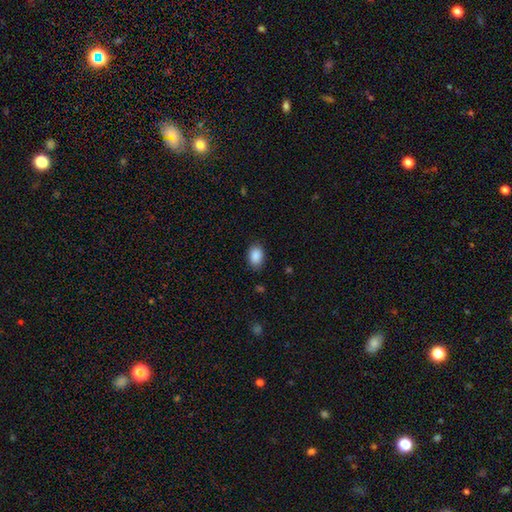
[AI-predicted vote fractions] A smooth galaxy with no disk features (89%) that is in between round and cigar-shaped (83%).

Vote fractions:
- Smooth or featured? smooth: 89% / star or artifact: 8% / featured or disk: 4%
- How rounded? in between: 83% / round: 16% / cigar-shaped: 1%
- Merging? none: 85% / minor disturbance: 11% / major disturbance: 3% / merger: 1%